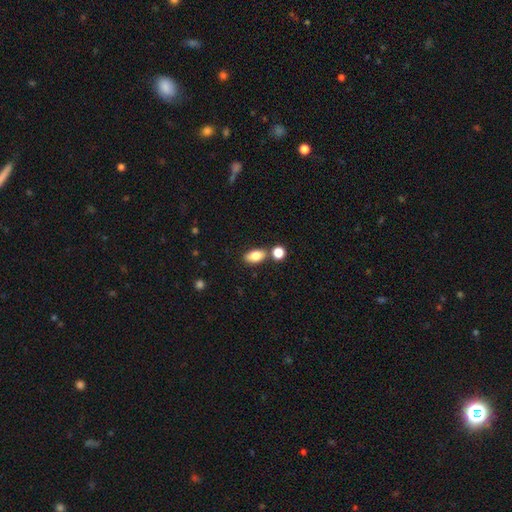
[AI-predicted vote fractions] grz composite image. It shows a smooth galaxy with no disk features (82%) that is in between round and cigar-shaped (88%). Merging: none (74%).